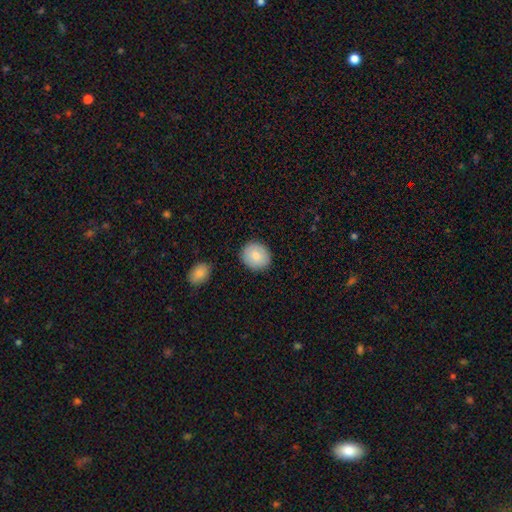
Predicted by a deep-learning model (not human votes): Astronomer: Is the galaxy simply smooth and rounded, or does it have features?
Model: smooth — 82%.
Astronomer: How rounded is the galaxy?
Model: round — 79%.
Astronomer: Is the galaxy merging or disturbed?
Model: none — 88%.